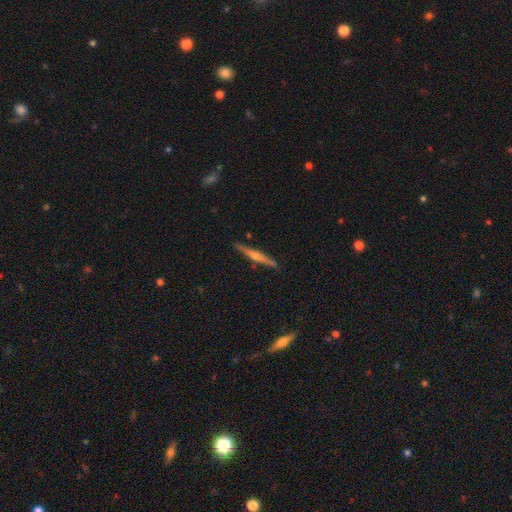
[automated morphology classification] smooth_or_featured: featured or disk (p=0.77) [alt: smooth p=0.17]
disk_edge_on: yes (p=0.98) [alt: no p=0.02]
edge_on_bulge: rounded (p=0.85) [alt: none p=0.09]
merging: none (p=0.90) [alt: minor disturbance p=0.07]